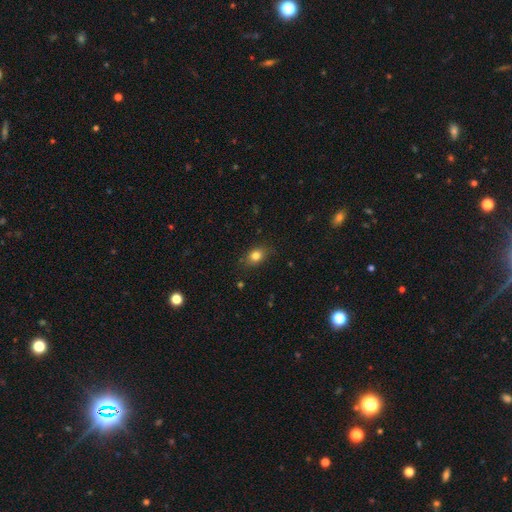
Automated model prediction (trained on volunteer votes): A smooth galaxy with no disk features (81%) that is in between round and cigar-shaped (67%). Merging: none (82%).